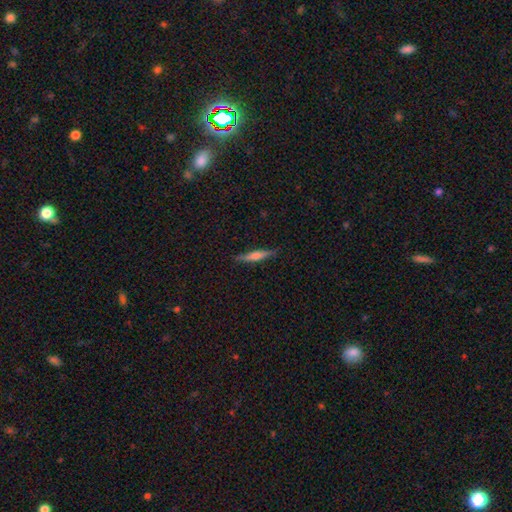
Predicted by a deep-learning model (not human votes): A smooth galaxy with no disk features (51%) that is cigar-shaped (89%). Merging: none (87%).